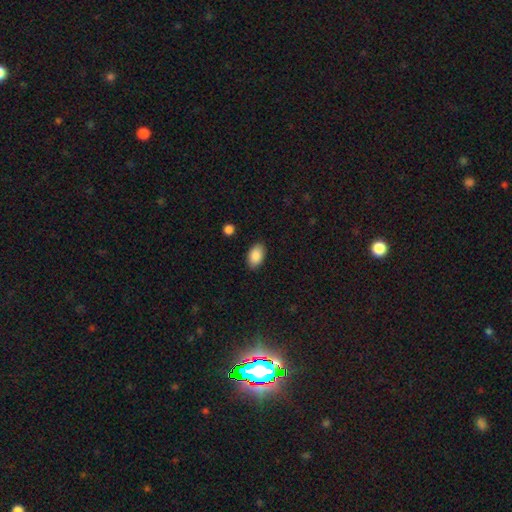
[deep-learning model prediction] Q: Smooth or featured?
A: smooth (89%); runner-up: star or artifact (7%)
Q: How rounded?
A: in between (93%); runner-up: round (6%)
Q: Merging?
A: none (87%); runner-up: minor disturbance (9%)